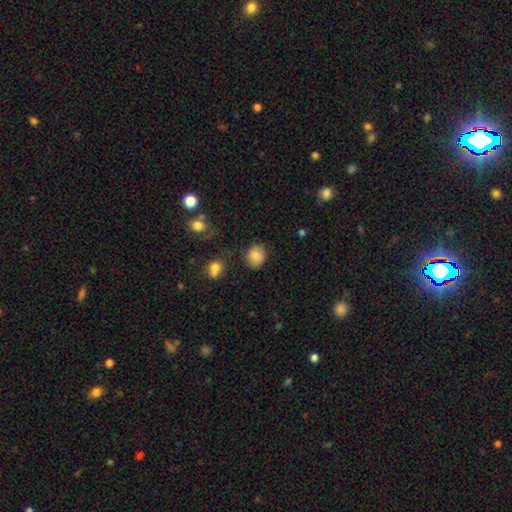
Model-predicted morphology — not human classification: A smooth galaxy with no disk features (83%) that is round (61%).

Vote fractions:
- Smooth or featured? smooth: 83% / star or artifact: 9% / featured or disk: 8%
- How rounded? round: 61% / in between: 38% / cigar-shaped: 1%
- Merging? none: 81% / minor disturbance: 13% / major disturbance: 4% / merger: 2%